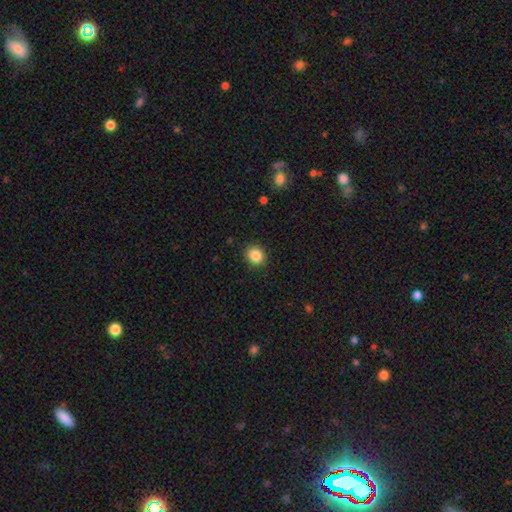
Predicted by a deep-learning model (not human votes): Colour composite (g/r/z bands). It shows a smooth galaxy with no disk features (86%) that is round (68%). Merging: none (90%).